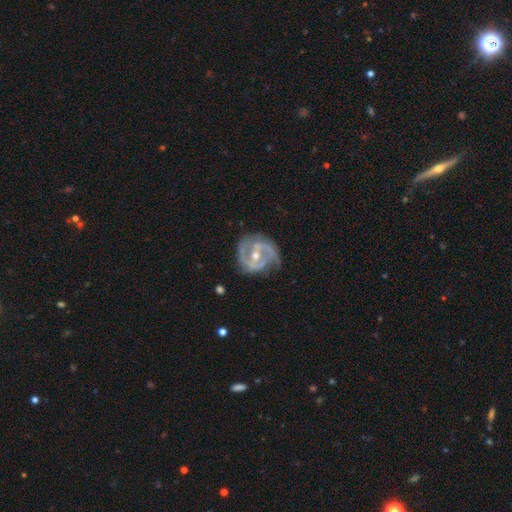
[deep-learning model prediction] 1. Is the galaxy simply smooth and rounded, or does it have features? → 86% featured or disk, 9% smooth, 5% star or artifact.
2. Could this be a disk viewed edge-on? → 97% no, 3% yes.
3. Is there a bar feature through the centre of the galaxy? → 39% weak, 34% strong, 27% no.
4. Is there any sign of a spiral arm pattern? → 90% yes, 10% no.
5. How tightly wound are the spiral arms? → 46% medium, 38% tight, 16% loose.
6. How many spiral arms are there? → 70% 2, 12% can't tell, 10% 3, 4% 1, 2% 4, 2% more than 4.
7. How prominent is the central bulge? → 58% moderate, 39% small, 2% large, 1% none, 1% dominant.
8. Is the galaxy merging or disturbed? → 65% none, 23% minor disturbance, 11% major disturbance, 2% merger.